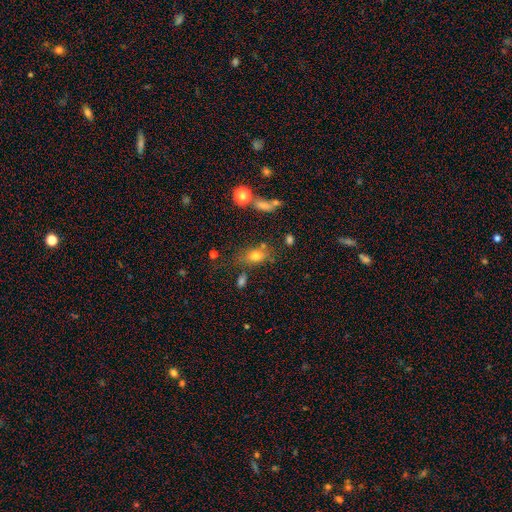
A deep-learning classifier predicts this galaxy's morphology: Smooth or featured?
  - smooth: 76% *
  - featured or disk: 12%
  - star or artifact: 12%
How rounded?
  - in between: 74% *
  - round: 22%
  - cigar-shaped: 4%
Merging?
  - none: 61% *
  - minor disturbance: 19%
  - merger: 12%
  - major disturbance: 9%